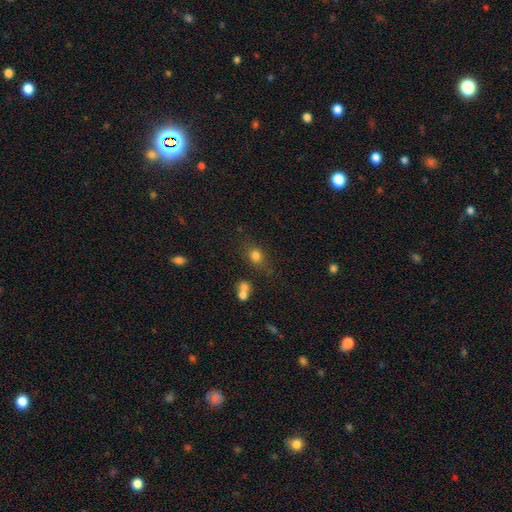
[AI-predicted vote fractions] Smooth or featured: smooth — 78% (star or artifact — 13%)
How rounded: round — 53% (in between — 45%)
Merging: none — 65% (minor disturbance — 16%)